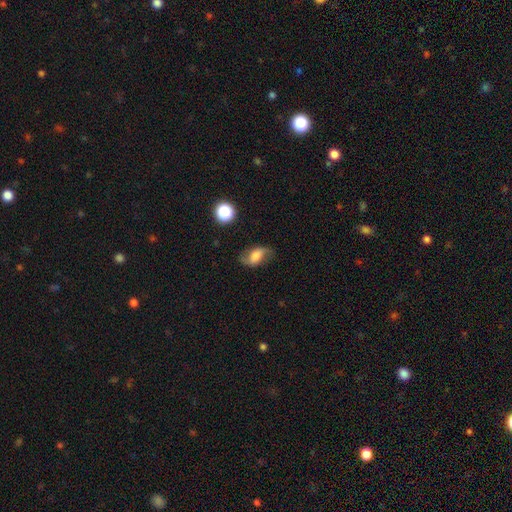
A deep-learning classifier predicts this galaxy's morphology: This is possibly a featured or disk galaxy (48%). Merging: likely none (67%).